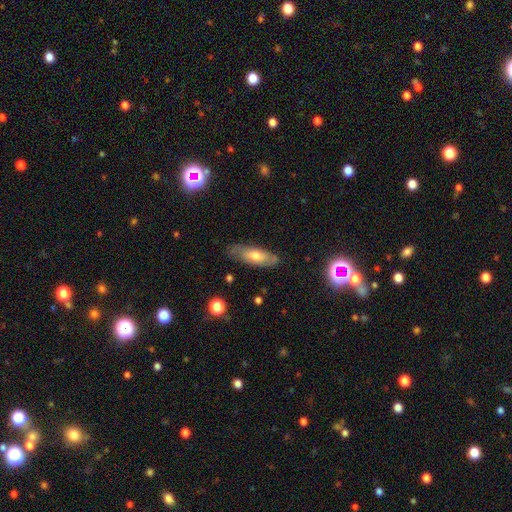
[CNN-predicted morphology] smooth_or_featured: smooth (p=0.51) [alt: featured or disk p=0.42]
how_rounded: in between (p=0.66) [alt: cigar-shaped p=0.32]
merging: none (p=0.77) [alt: minor disturbance p=0.18]